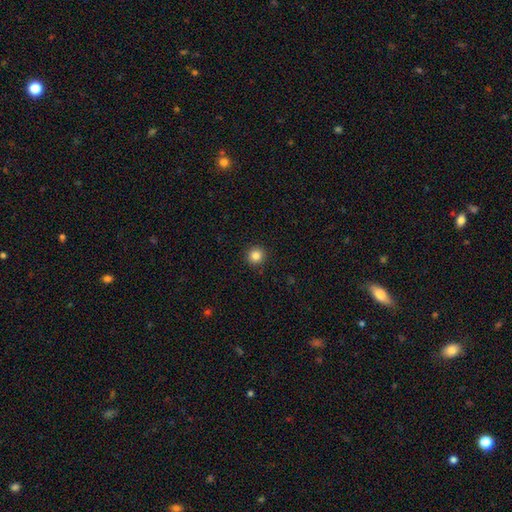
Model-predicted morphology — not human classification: A smooth galaxy with no disk features (84%) that is round (95%). Merging: none (93%).